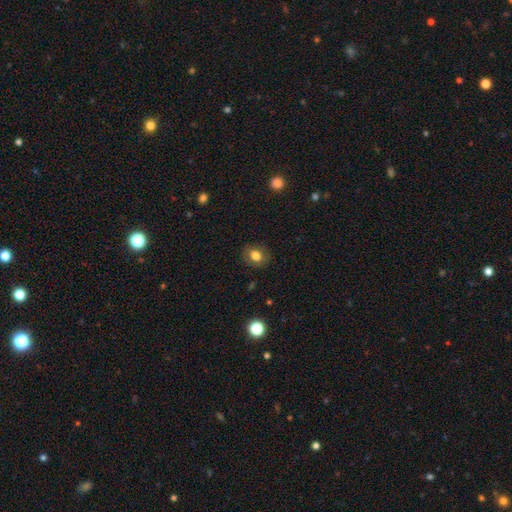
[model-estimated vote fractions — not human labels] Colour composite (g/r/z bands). It shows a smooth galaxy with no disk features (80%) that is round (52%). Merging: none (85%).